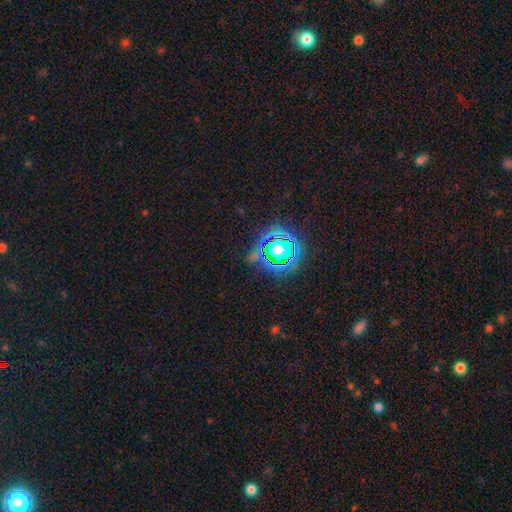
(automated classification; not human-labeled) Smooth or featured? star or artifact (76%)